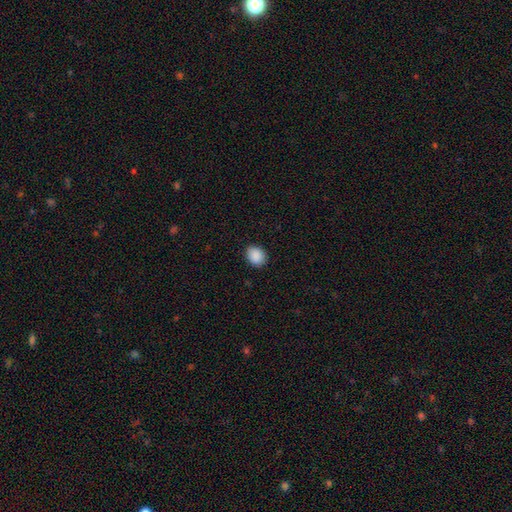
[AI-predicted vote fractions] Smooth or featured: smooth — 90% (star or artifact — 8%)
How rounded: in between — 52% (round — 47%)
Merging: none — 88% (minor disturbance — 9%)